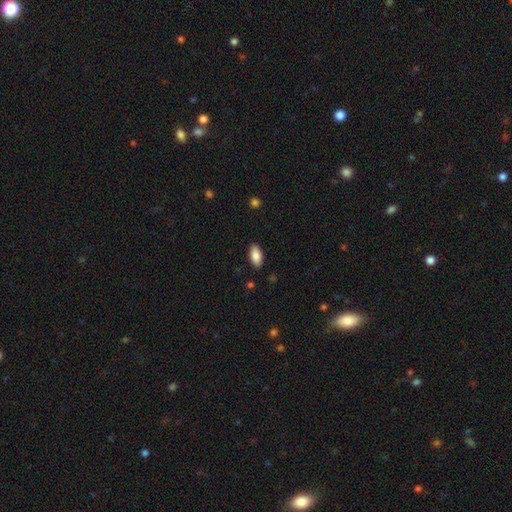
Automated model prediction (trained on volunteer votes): Q: Smooth or featured?
A: smooth (87%); runner-up: star or artifact (7%)
Q: How rounded?
A: in between (92%); runner-up: cigar-shaped (6%)
Q: Merging?
A: none (88%); runner-up: minor disturbance (9%)